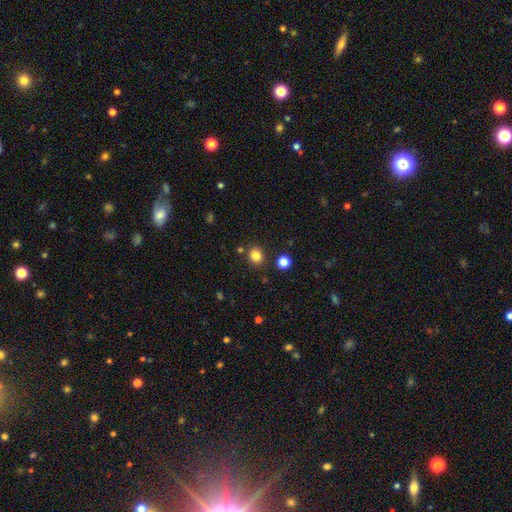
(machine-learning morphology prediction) Smooth or featured? smooth (82%)
How rounded? round (78%)
Merging? none (85%)